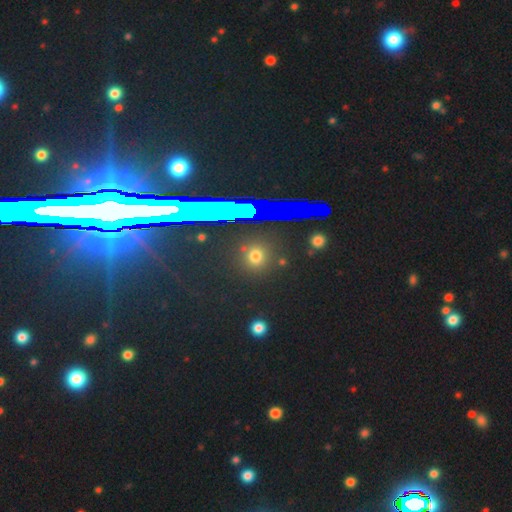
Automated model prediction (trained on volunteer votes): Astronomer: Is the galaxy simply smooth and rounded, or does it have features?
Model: smooth — 52% (runner-up: star or artifact, 40%).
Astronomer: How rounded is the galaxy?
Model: round — 85%.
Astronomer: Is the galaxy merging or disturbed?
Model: none — 90%.